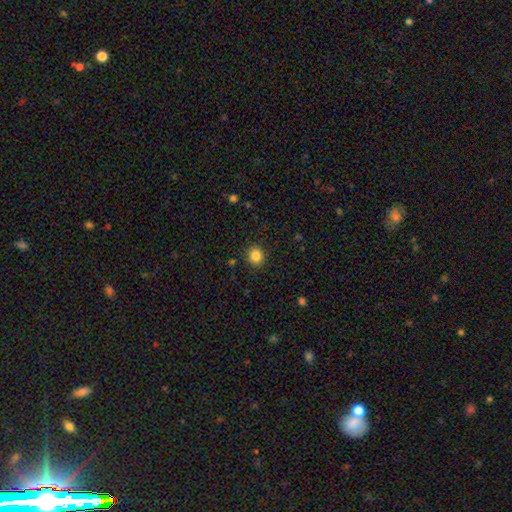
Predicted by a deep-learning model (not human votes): A smooth galaxy with no disk features (85%) that is round (78%).

Vote fractions:
- Smooth or featured? smooth: 85% / star or artifact: 11% / featured or disk: 4%
- How rounded? round: 78% / in between: 21% / cigar-shaped: 1%
- Merging? none: 89% / minor disturbance: 7% / major disturbance: 2% / merger: 1%